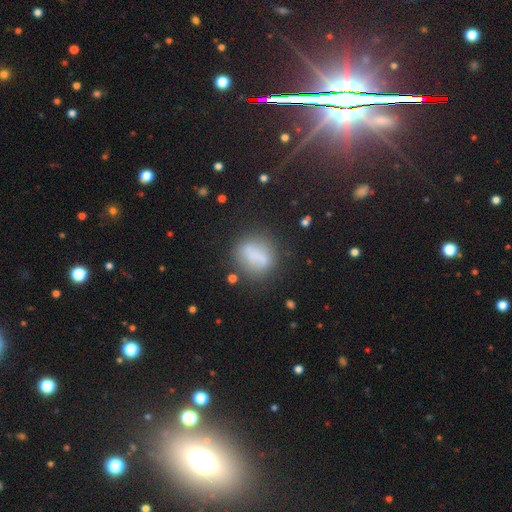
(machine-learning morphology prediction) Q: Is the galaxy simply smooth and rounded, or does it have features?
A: smooth — 64%.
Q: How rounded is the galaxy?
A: round — 58%.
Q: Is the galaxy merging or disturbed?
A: none — 63%.